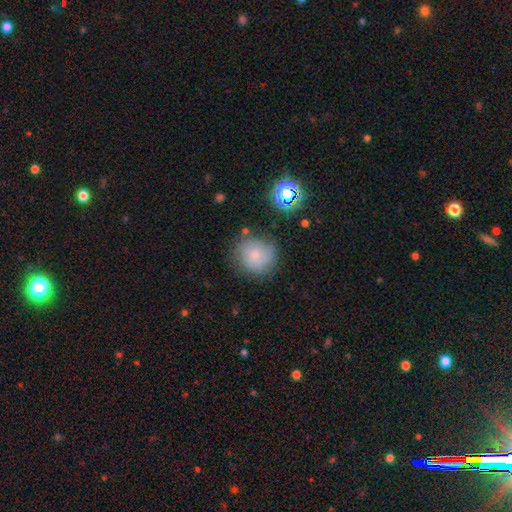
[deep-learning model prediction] Q: Smooth or featured?
A: smooth (72%); runner-up: featured or disk (16%)
Q: How rounded?
A: round (88%); runner-up: in between (11%)
Q: Merging?
A: none (69%); runner-up: minor disturbance (20%)